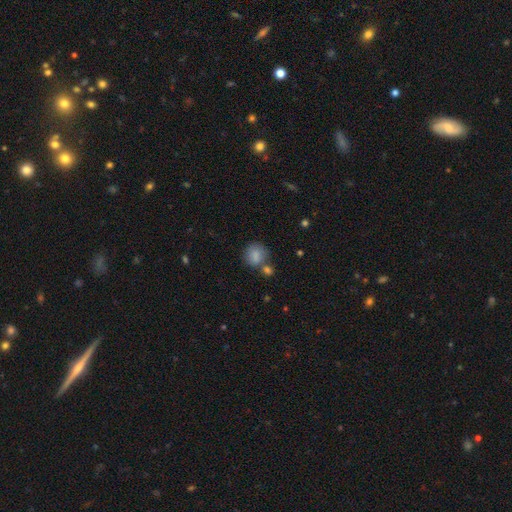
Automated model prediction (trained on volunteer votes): A smooth galaxy with no disk features (83%) that is round (73%). Merging: none (58%).